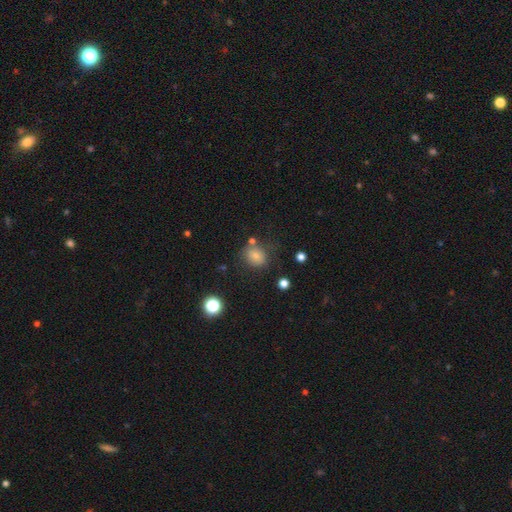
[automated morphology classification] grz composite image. It shows a smooth galaxy with no disk features (76%) that is round (63%). Merging: none (69%).